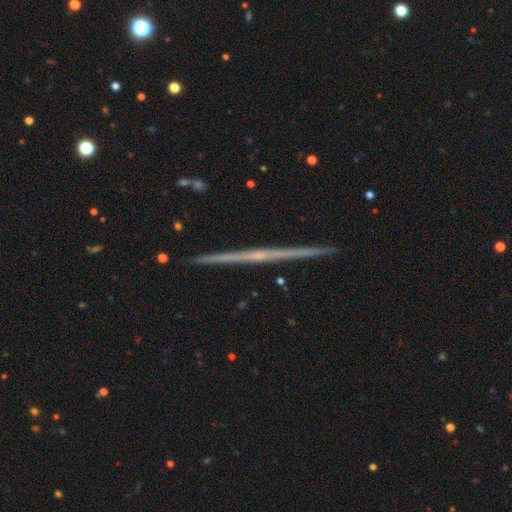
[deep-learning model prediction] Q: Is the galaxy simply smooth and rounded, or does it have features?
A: featured or disk — 79%.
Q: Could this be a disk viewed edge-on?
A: yes — 99%.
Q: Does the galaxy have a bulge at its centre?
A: none — 72%.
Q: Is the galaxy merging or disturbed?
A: none — 93%.